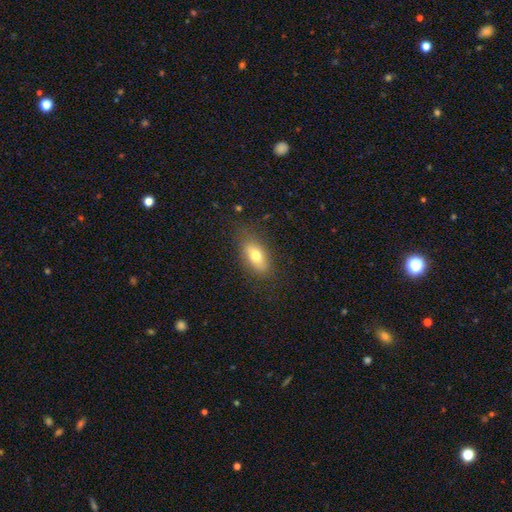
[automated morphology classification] smooth 74%, featured or disk 18%, star or artifact 8%. Down the decision tree: how rounded — in between (85%); merging — none (79%).